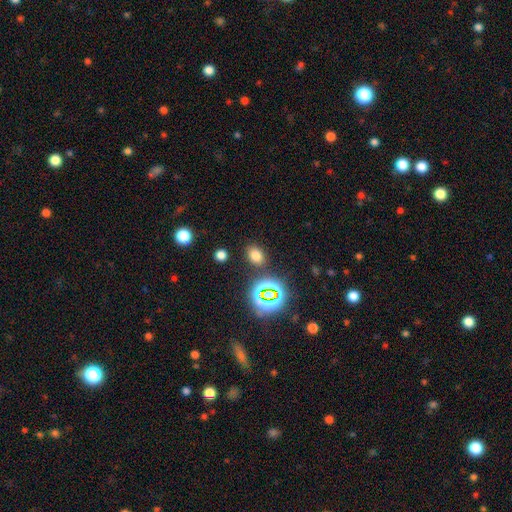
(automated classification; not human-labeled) This is likely a smooth galaxy (70%). How rounded: likely in between (66%). Merging: clearly none (83%).